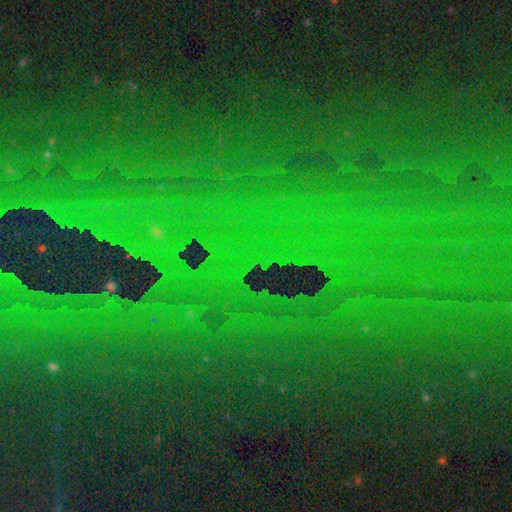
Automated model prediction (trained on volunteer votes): Smooth or featured?
  - star or artifact: 83% *
  - smooth: 9%
  - featured or disk: 8%